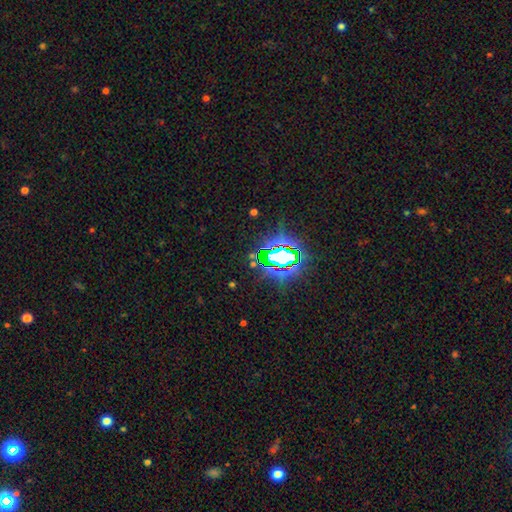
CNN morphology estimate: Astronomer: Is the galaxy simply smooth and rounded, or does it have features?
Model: star or artifact — 78%.